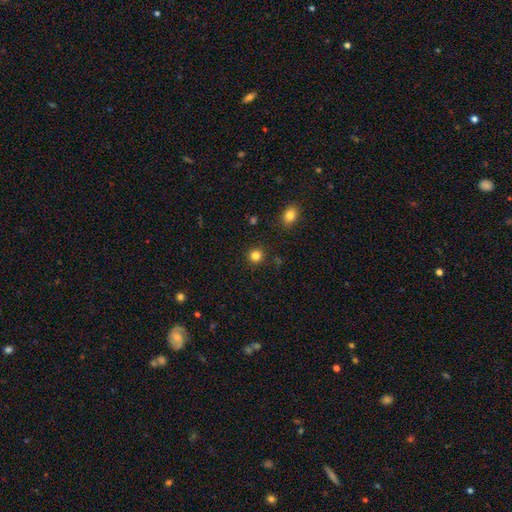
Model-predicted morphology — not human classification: This appears to be a smooth galaxy with no disk features (83%) that is round (91%). Merging: none (90%).